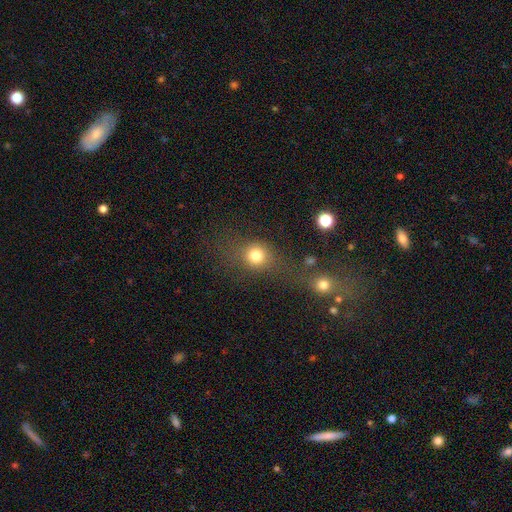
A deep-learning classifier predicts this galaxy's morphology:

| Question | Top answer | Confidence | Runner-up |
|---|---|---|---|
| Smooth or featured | smooth | 77% | star or artifact (14%) |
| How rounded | round | 80% | in between (18%) |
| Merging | none | 57% | merger (17%) |